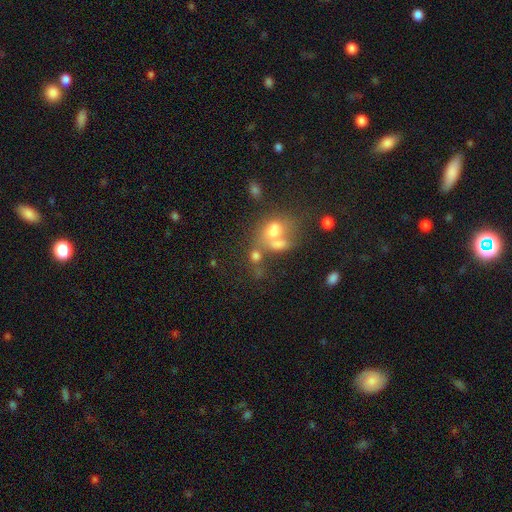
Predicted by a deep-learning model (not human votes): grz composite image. It shows a smooth galaxy with no disk features (65%) that is round (49%). Merging: merger (47%).